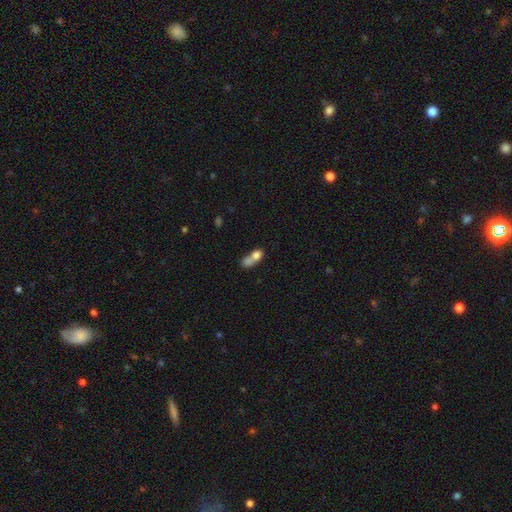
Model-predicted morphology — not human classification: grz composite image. It shows a smooth galaxy with no disk features (72%) that is in between round and cigar-shaped (61%). Merging: merger (68%).